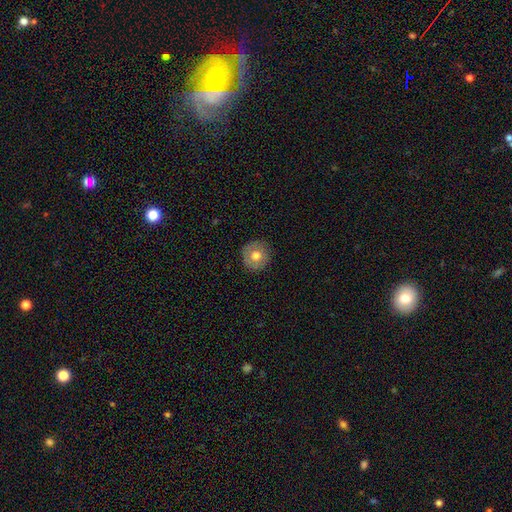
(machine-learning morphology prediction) smooth-or-featured: smooth: 68% | featured or disk: 24% | star or artifact: 8%
  how-rounded: round: 93% | in between: 6% | cigar-shaped: 1%
  merging: none: 87% | minor disturbance: 9% | major disturbance: 2% | merger: 1%